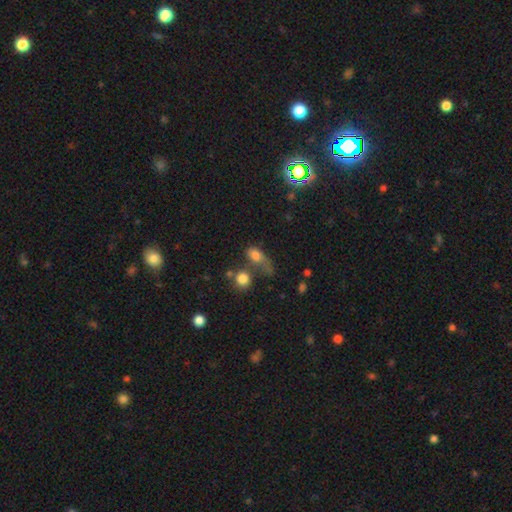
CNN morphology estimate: Smooth or featured? smooth (74%)
How rounded? in between (71%)
Merging? major disturbance (28%)